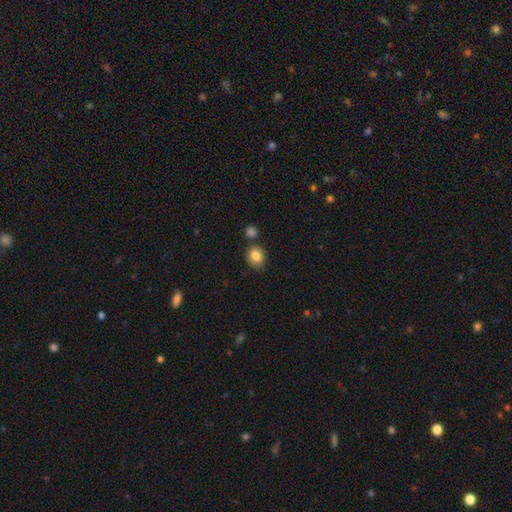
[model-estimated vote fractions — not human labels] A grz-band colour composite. It shows a smooth galaxy with no disk features (85%) that is round (55%). Merging: none (73%).